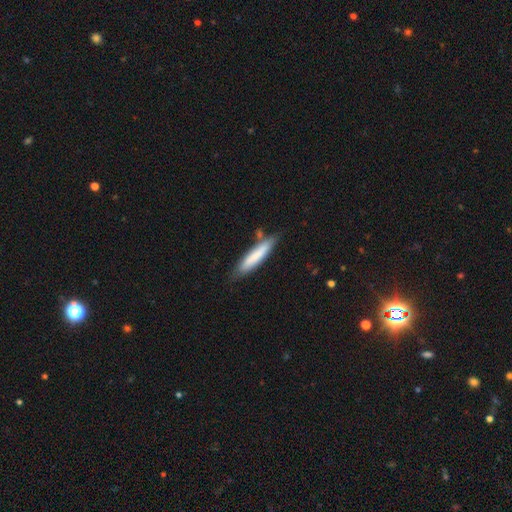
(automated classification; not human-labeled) The model was most divided on "merging": none: 74%, minor disturbance: 17%, merger: 5%, major disturbance: 3%. More confident: how rounded — cigar-shaped (86%); smooth or featured — smooth (76%).